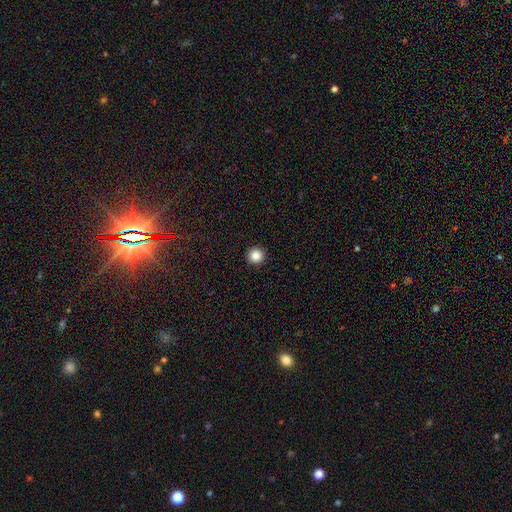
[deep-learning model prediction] A smooth galaxy with no disk features (86%) that is round (96%). Merging: none (94%).